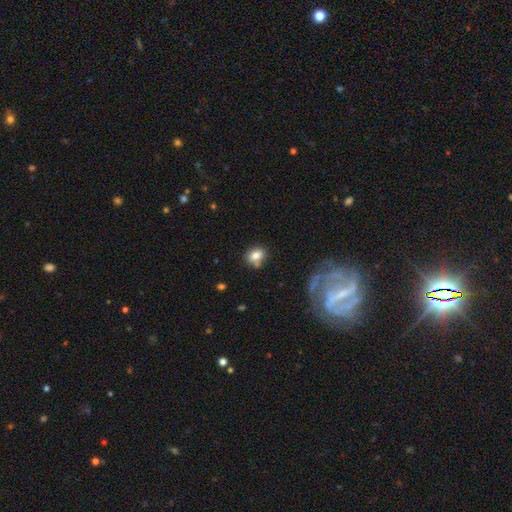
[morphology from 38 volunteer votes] Smooth or featured: smooth — 89% (featured or disk — 5%)
How rounded: in between — 68% (round — 32%)
Merging: none — 75% (minor disturbance — 22%)